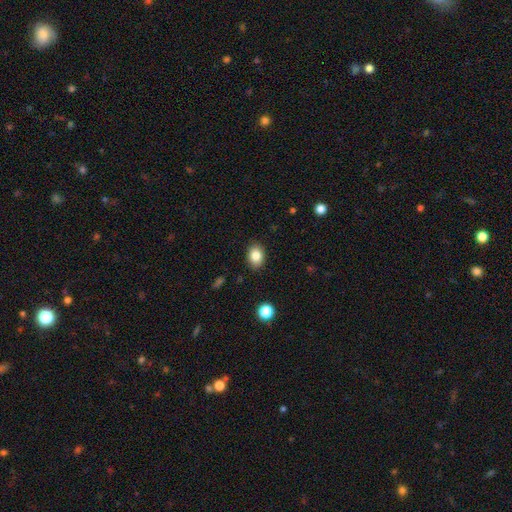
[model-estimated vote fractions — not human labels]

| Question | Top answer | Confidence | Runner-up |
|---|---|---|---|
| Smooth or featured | smooth | 84% | star or artifact (9%) |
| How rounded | in between | 68% | round (31%) |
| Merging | none | 88% | minor disturbance (9%) |